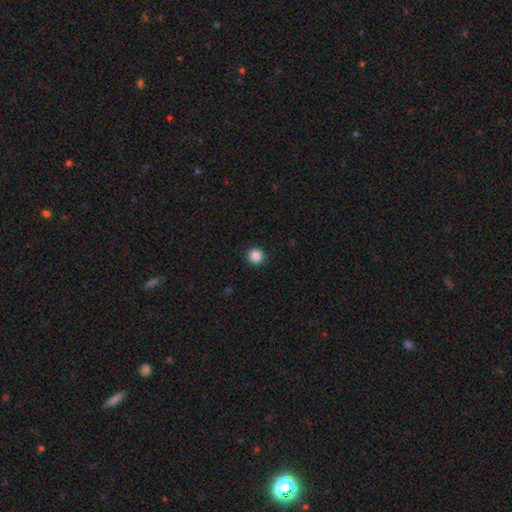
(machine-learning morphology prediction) A smooth galaxy with no disk features (86%) that is round (95%). Merging: none (92%).